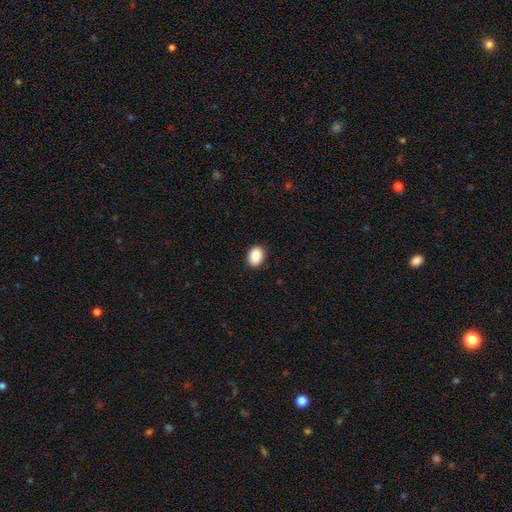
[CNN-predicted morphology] The model was most divided on "how rounded": in between: 62%, round: 37%, cigar-shaped: 1%. More confident: smooth or featured — smooth (90%); merging — none (89%).